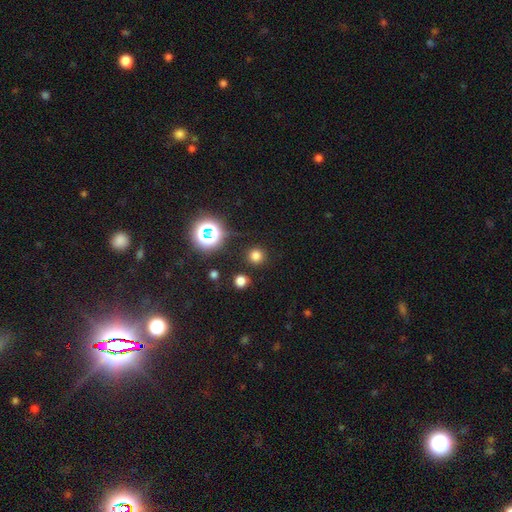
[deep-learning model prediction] Smooth or featured? Predicted: smooth (p=0.73). How rounded? Predicted: round (p=0.94). Merging? Predicted: none (p=0.88).